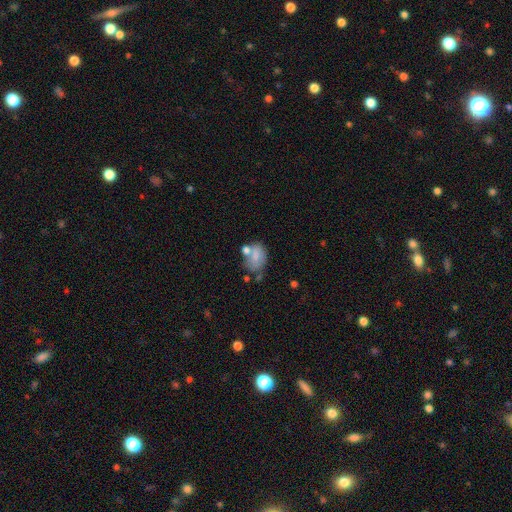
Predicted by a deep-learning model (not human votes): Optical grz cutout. It shows a smooth galaxy with no disk features (72%) that is in between round and cigar-shaped (76%). Merging: none (40%).